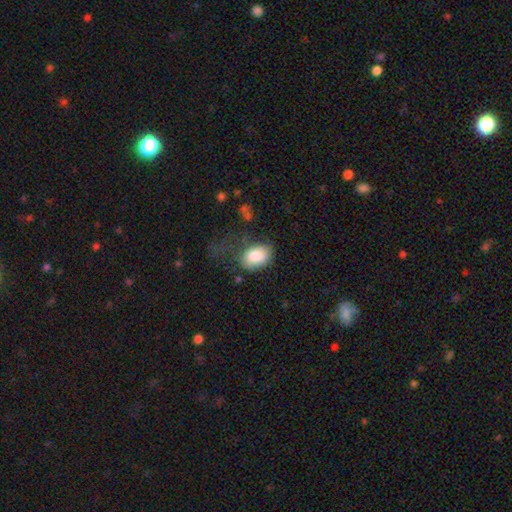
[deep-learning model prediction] Smooth or featured?
  - smooth: 86% *
  - featured or disk: 7%
  - star or artifact: 7%
How rounded?
  - in between: 84% *
  - round: 15%
  - cigar-shaped: 1%
Merging?
  - none: 51% *
  - minor disturbance: 26%
  - major disturbance: 19%
  - merger: 4%